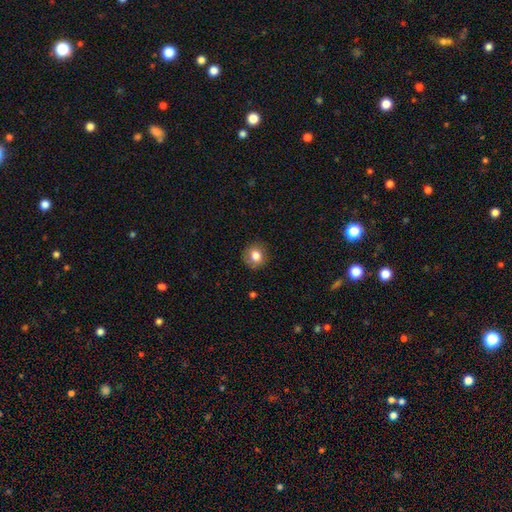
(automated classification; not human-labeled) Smooth or featured? Predicted: smooth (p=0.81). How rounded? Predicted: round (p=0.84). Merging? Predicted: none (p=0.85).